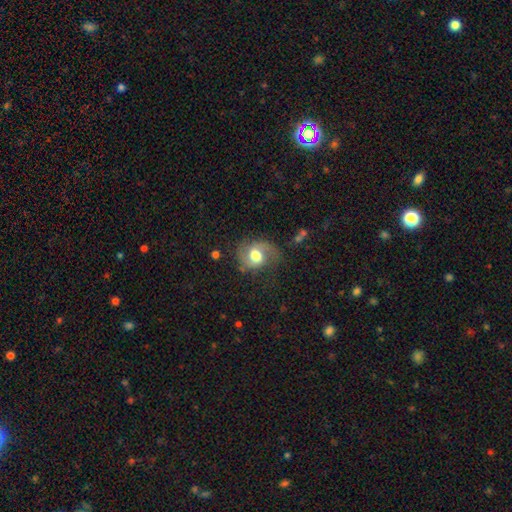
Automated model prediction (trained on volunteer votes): A featured or disk galaxy (57%) with no bar (54%), spiral arms (85%) and a moderate central bulge (54%).

Vote fractions:
- Smooth or featured? featured or disk: 57% / smooth: 35% / star or artifact: 8%
- Edge-on disk? no: 97% / yes: 3%
- Bar? no: 54% / weak: 37% / strong: 8%
- Spiral arms? yes: 85% / no: 15%
- Bulge size? moderate: 54% / large: 37% / small: 4% / dominant: 4% / none: 1%
- Merging? none: 59% / minor disturbance: 23% / major disturbance: 15% / merger: 2%